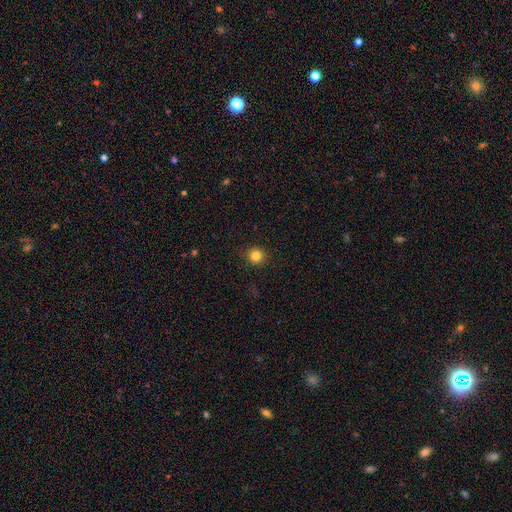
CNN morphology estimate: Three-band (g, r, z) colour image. It shows a smooth galaxy with no disk features (83%) that is round (92%). Merging: none (91%).